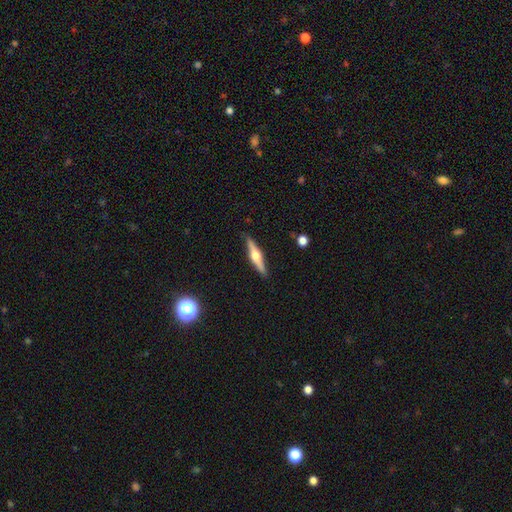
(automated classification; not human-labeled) smooth-or-featured: featured or disk: 70% | smooth: 24% | star or artifact: 5%
  disk-edge-on: yes: 97% | no: 3%
    edge-on-bulge: rounded: 95% | boxy: 3% | none: 2%
  merging: none: 89% | minor disturbance: 8% | major disturbance: 2% | merger: 1%